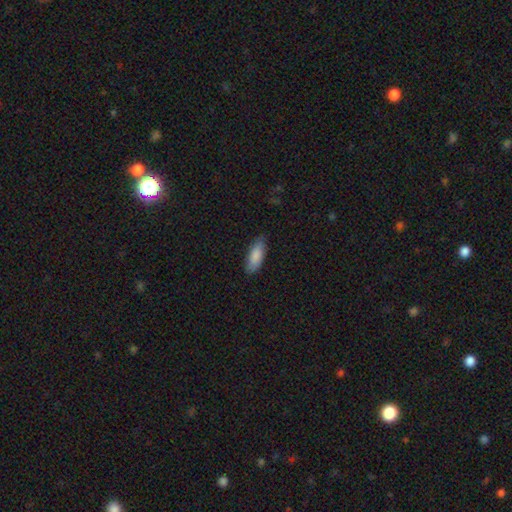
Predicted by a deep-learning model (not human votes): Q: Smooth or featured?
A: smooth (86%); runner-up: featured or disk (8%)
Q: How rounded?
A: in between (71%); runner-up: cigar-shaped (27%)
Q: Merging?
A: none (81%); runner-up: minor disturbance (16%)